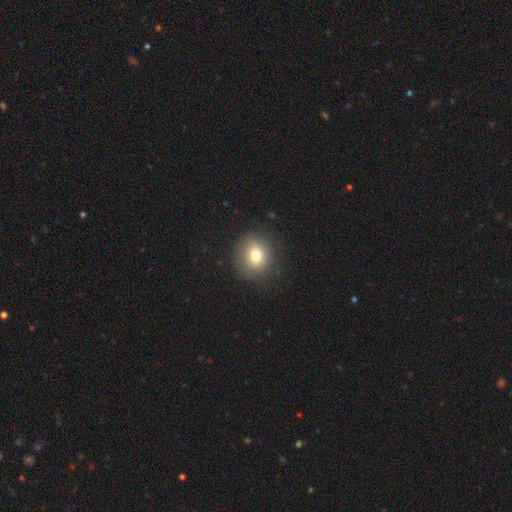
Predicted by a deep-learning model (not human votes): smooth-or-featured: smooth: 77% | featured or disk: 12% | star or artifact: 12%
  how-rounded: round: 82% | in between: 17% | cigar-shaped: 1%
  merging: none: 87% | minor disturbance: 9% | major disturbance: 4% | merger: 1%